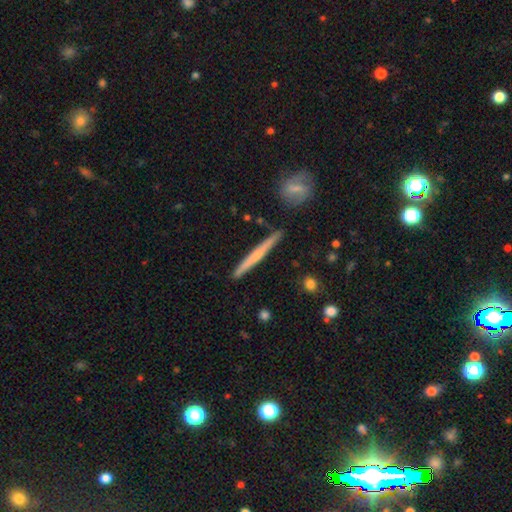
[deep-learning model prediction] A featured or disk galaxy (51%) viewed edge-on (96%).

Vote fractions:
- Smooth or featured? featured or disk: 51% / smooth: 44% / star or artifact: 6%
- Edge-on disk? yes: 96% / no: 4%
- Merging? none: 88% / minor disturbance: 8% / merger: 2% / major disturbance: 2%